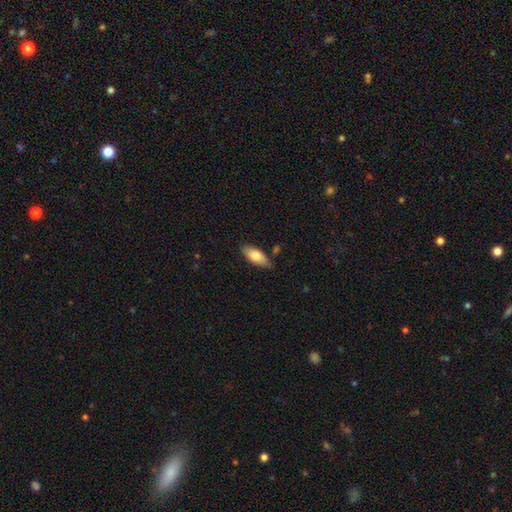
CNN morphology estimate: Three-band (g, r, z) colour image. It shows a smooth galaxy with no disk features (76%) that is in between round and cigar-shaped (84%). Merging: none (80%).